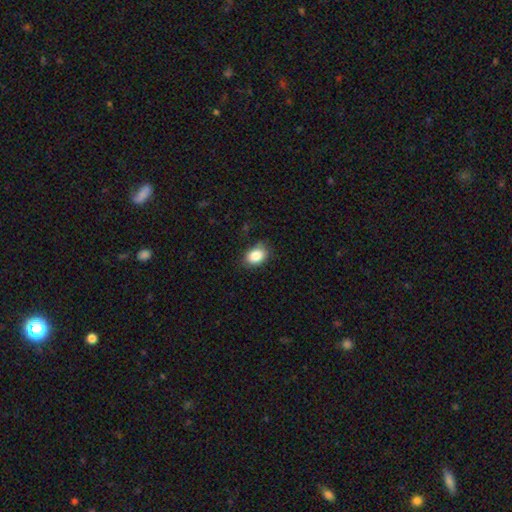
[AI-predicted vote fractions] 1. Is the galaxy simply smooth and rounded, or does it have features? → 86% smooth, 9% star or artifact, 6% featured or disk.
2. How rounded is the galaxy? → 71% in between, 28% round, 1% cigar-shaped.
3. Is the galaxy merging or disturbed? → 78% none, 18% minor disturbance, 4% major disturbance, 1% merger.